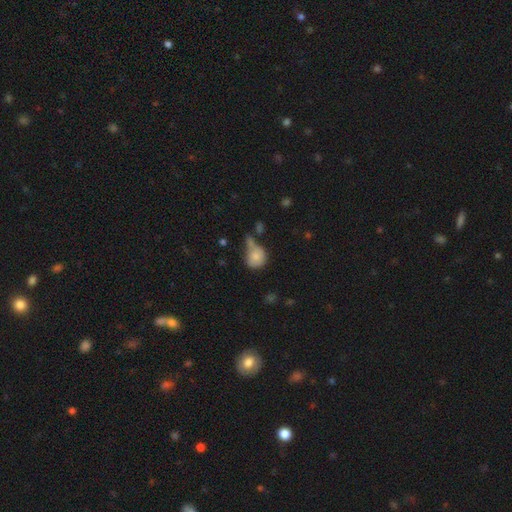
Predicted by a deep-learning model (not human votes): This is likely a smooth galaxy (78%). How rounded: likely round (73%). Merging: marginally none (33%).